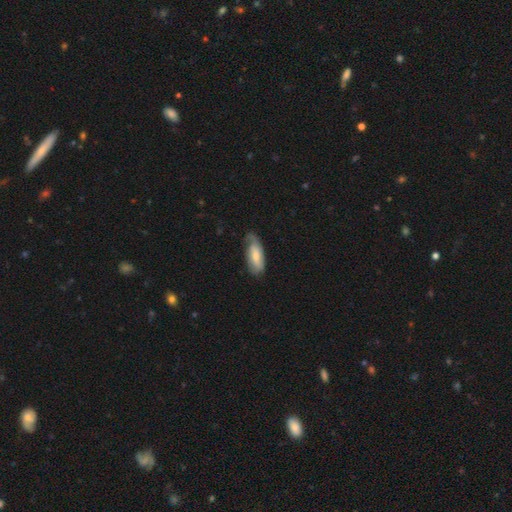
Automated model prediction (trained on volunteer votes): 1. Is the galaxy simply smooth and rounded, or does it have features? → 54% smooth, 40% featured or disk, 6% star or artifact.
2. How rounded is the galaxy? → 76% in between, 22% cigar-shaped, 2% round.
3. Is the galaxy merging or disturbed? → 52% none, 34% minor disturbance, 12% major disturbance, 2% merger.